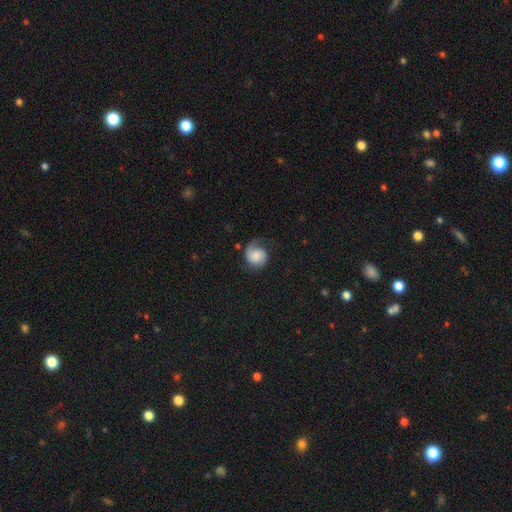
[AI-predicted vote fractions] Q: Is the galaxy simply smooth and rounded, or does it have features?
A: featured or disk — 53%.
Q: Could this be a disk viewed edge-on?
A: no — 98%.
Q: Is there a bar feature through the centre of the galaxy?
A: no — 68%.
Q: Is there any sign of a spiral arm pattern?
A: yes — 92%.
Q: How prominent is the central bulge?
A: moderate — 31%.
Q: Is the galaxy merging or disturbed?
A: none — 58%.